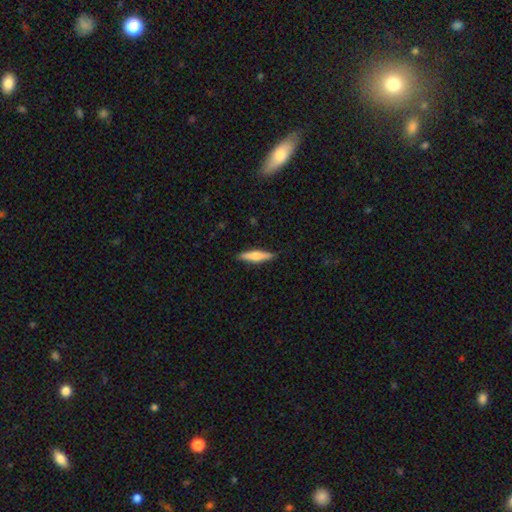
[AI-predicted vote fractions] This is possibly a smooth galaxy (53%). How rounded: clearly cigar-shaped (81%). Merging: clearly none (90%).